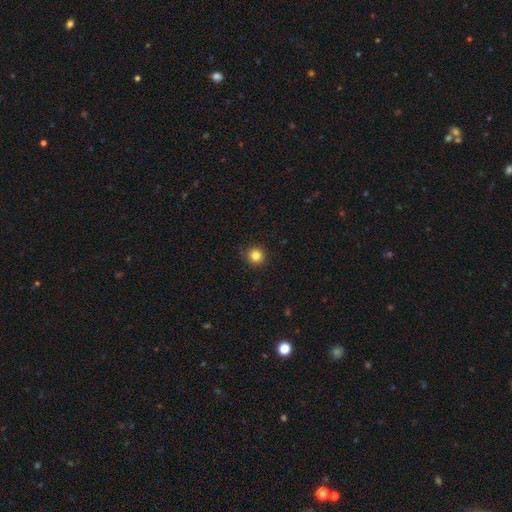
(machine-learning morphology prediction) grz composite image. It shows a smooth galaxy with no disk features (84%) that is round (94%). Merging: none (88%).